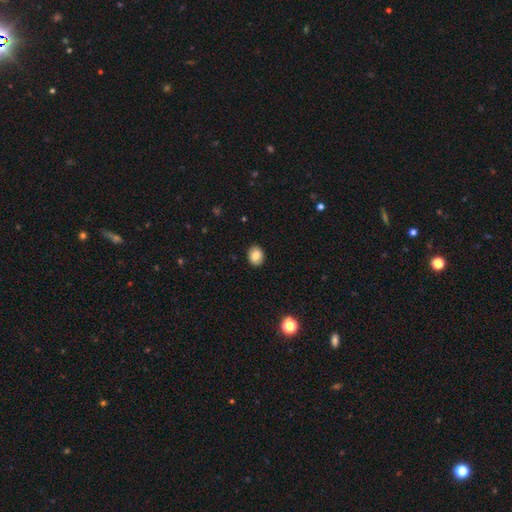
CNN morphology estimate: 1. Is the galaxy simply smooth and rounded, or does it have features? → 84% smooth, 9% star or artifact, 7% featured or disk.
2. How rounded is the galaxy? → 53% in between, 46% round, 1% cigar-shaped.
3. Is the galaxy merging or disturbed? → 90% none, 7% minor disturbance, 2% major disturbance, 1% merger.